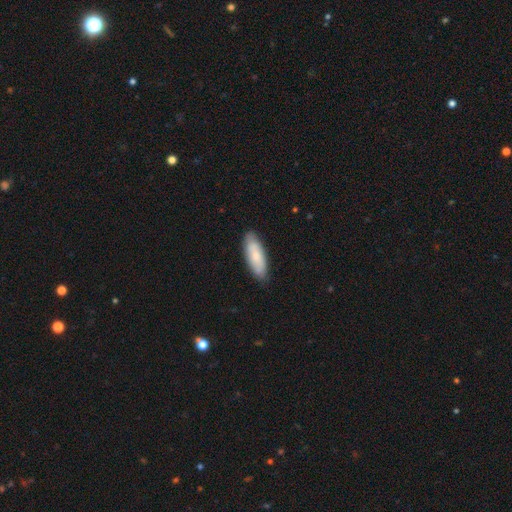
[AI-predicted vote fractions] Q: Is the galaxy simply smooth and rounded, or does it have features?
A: smooth — 74%.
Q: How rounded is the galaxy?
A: in between — 65%.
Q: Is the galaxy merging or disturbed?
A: none — 84%.